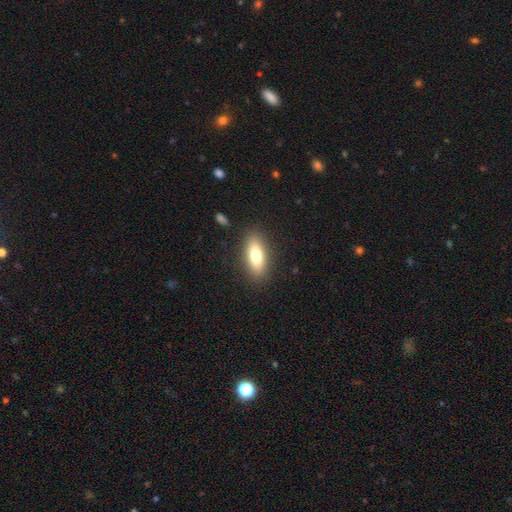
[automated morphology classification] Q: Smooth or featured?
A: smooth (76%); runner-up: featured or disk (17%)
Q: How rounded?
A: in between (73%); runner-up: cigar-shaped (24%)
Q: Merging?
A: none (86%); runner-up: minor disturbance (9%)